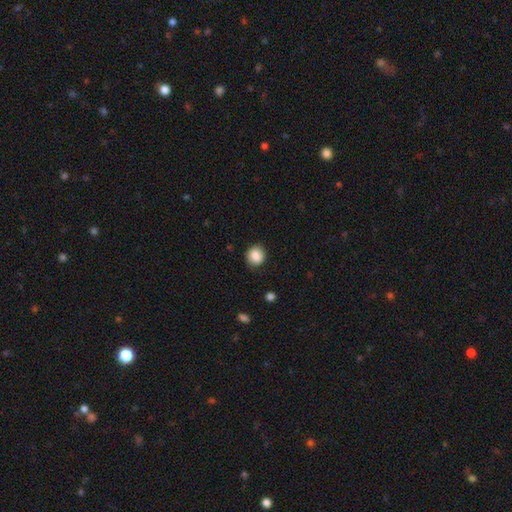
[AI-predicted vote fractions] Smooth or featured: smooth — 88% (star or artifact — 9%)
How rounded: round — 82% (in between — 17%)
Merging: none — 85% (minor disturbance — 11%)